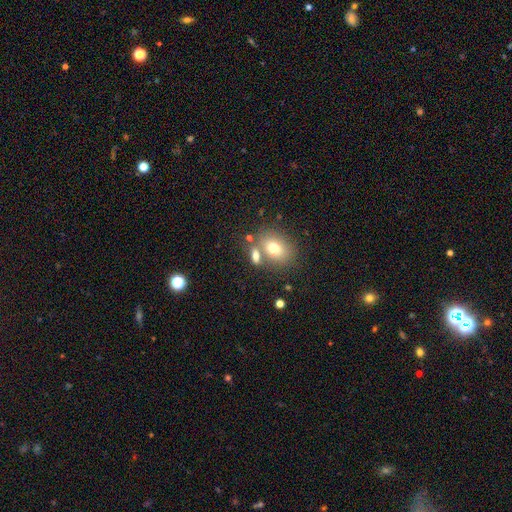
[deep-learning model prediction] Smooth or featured: smooth — 73% (featured or disk — 16%)
How rounded: in between — 70% (round — 25%)
Merging: none — 53% (merger — 31%)